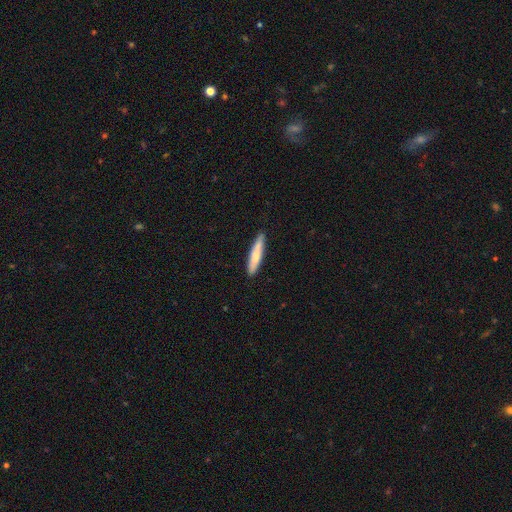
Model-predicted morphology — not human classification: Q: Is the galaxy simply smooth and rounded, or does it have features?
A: smooth — 74%.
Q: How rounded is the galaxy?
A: cigar-shaped — 89%.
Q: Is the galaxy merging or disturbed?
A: none — 88%.